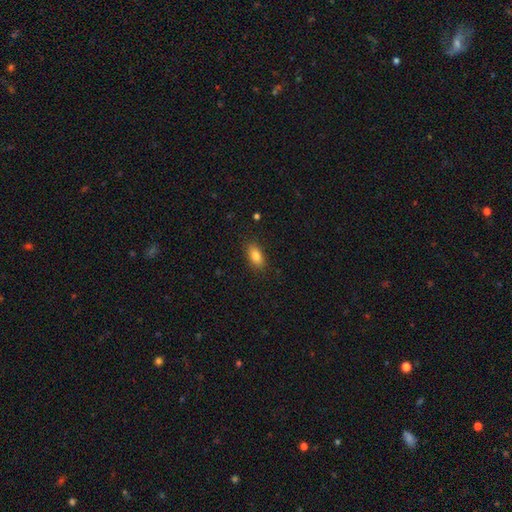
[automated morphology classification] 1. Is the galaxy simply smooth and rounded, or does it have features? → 83% smooth, 9% featured or disk, 8% star or artifact.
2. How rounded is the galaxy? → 88% in between, 7% cigar-shaped, 6% round.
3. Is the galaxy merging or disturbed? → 87% none, 10% minor disturbance, 2% major disturbance, 1% merger.